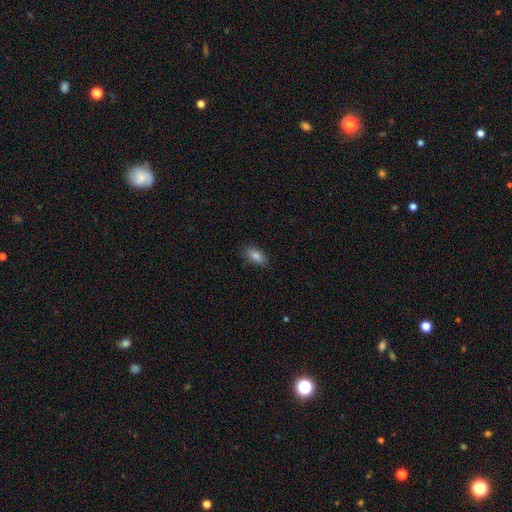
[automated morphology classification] Q: Smooth or featured?
A: smooth (83%); runner-up: featured or disk (9%)
Q: How rounded?
A: in between (89%); runner-up: cigar-shaped (7%)
Q: Merging?
A: none (86%); runner-up: minor disturbance (11%)